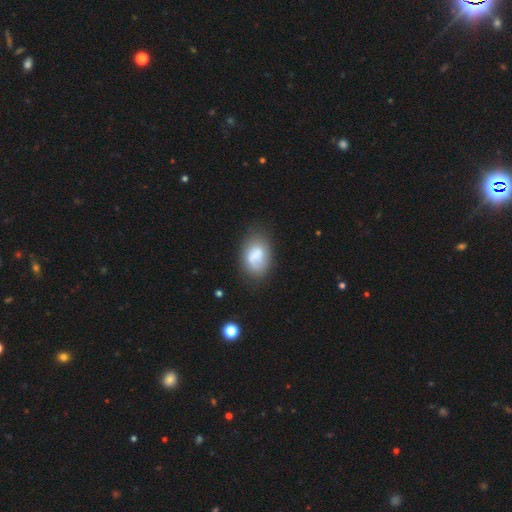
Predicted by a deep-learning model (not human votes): This is likely a smooth galaxy (66%). How rounded: clearly in between (82%). Merging: possibly none (56%).